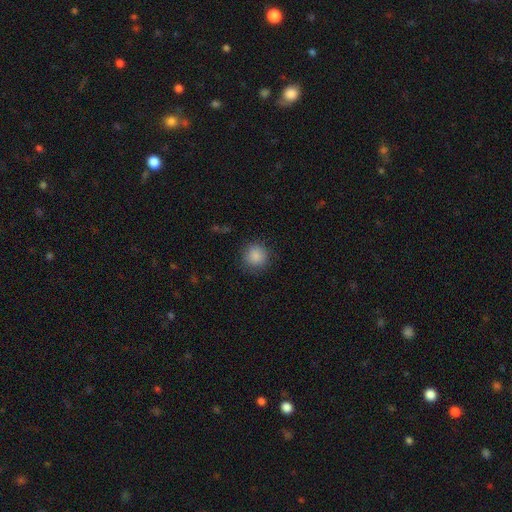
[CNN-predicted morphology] smooth_or_featured: smooth (p=0.87) [alt: star or artifact p=0.09]
how_rounded: round (p=0.93) [alt: in between p=0.06]
merging: none (p=0.87) [alt: minor disturbance p=0.09]